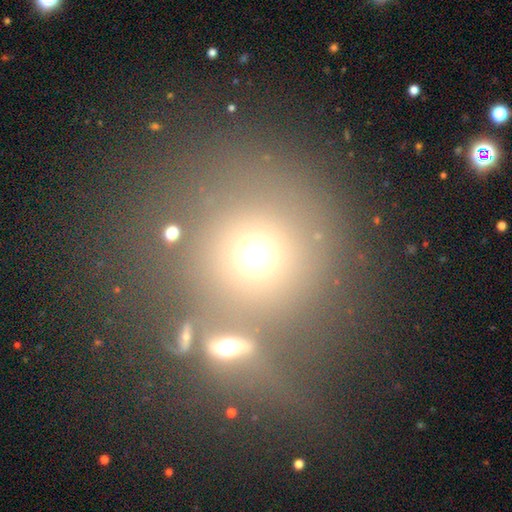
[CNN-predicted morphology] Smooth or featured? Predicted: smooth (p=0.64). How rounded? Predicted: round (p=0.89). Merging? Predicted: none (p=0.50).